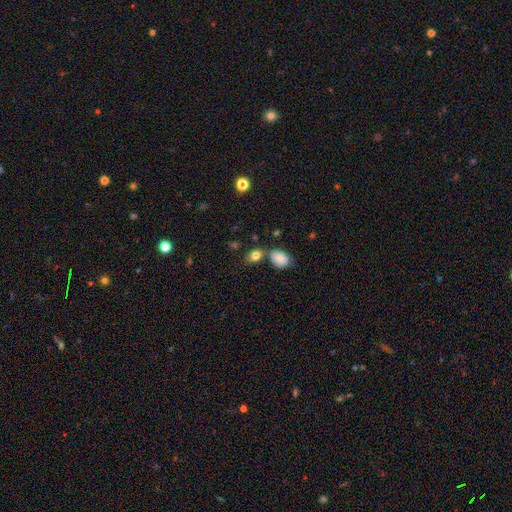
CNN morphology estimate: A smooth galaxy with no disk features (83%) that is in between round and cigar-shaped (76%). Merging: none (61%).